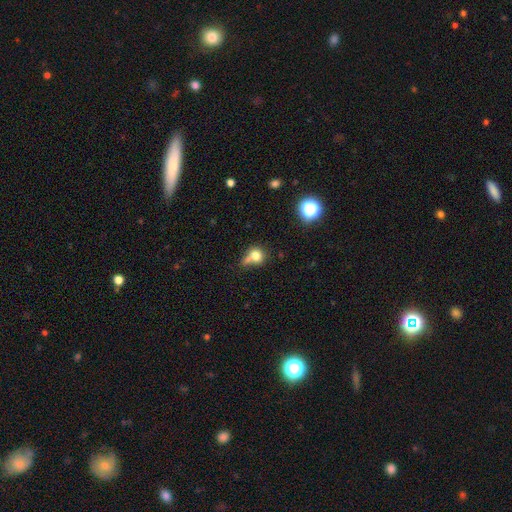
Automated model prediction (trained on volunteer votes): smooth 74%, featured or disk 13%, star or artifact 13%. Down the decision tree: how rounded — round (75%); merging — none (38%).